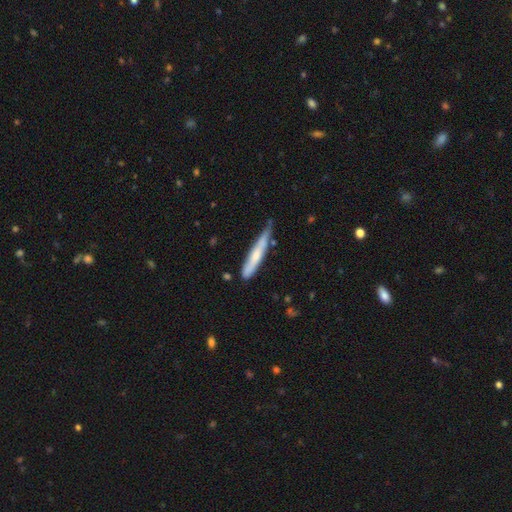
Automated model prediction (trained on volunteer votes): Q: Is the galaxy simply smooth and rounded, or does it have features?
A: smooth — 56%.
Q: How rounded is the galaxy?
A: cigar-shaped — 92%.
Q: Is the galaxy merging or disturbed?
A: none — 58%.